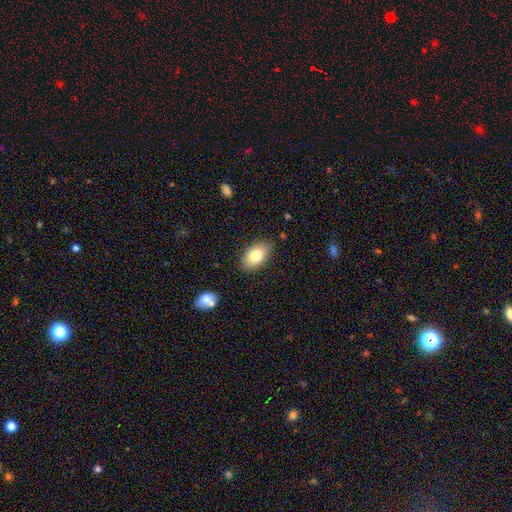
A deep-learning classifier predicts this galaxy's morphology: type=smooth (79%); roundness=in between (90%); merging=none (81%).